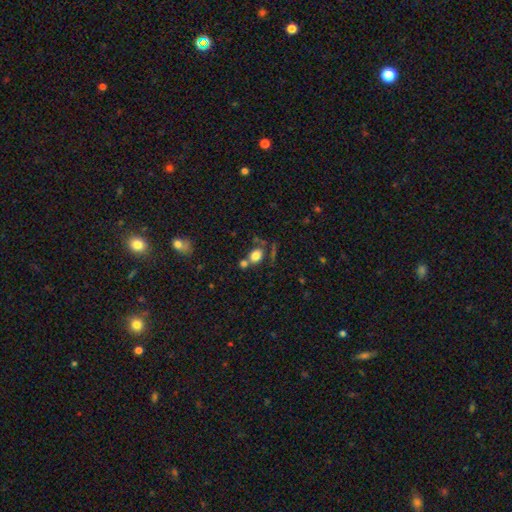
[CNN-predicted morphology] Overall: smooth (78%). How rounded: round (51%; in between 47%). Merging: none (51%; merger 32%).